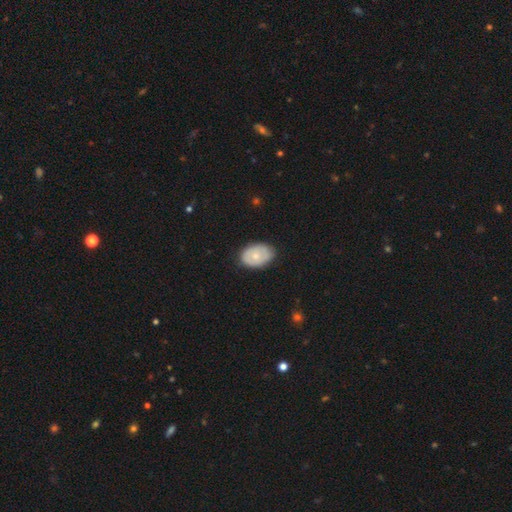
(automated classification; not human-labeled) Smooth or featured?
  - smooth: 64% *
  - featured or disk: 30%
  - star or artifact: 6%
How rounded?
  - in between: 81% *
  - round: 18%
  - cigar-shaped: 1%
Merging?
  - none: 77% *
  - minor disturbance: 19%
  - major disturbance: 3%
  - merger: 1%